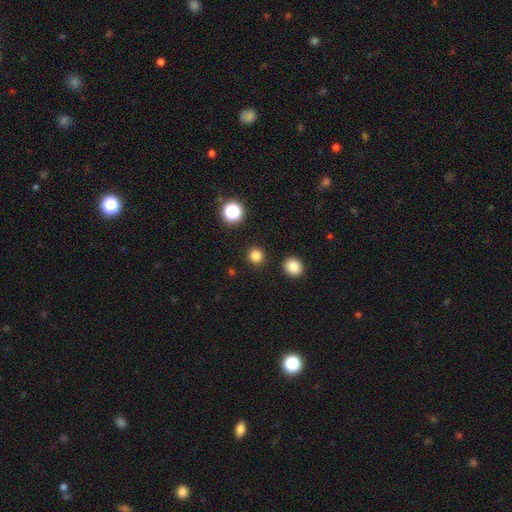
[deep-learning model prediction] Smooth or featured? smooth (83%)
How rounded? round (92%)
Merging? none (91%)